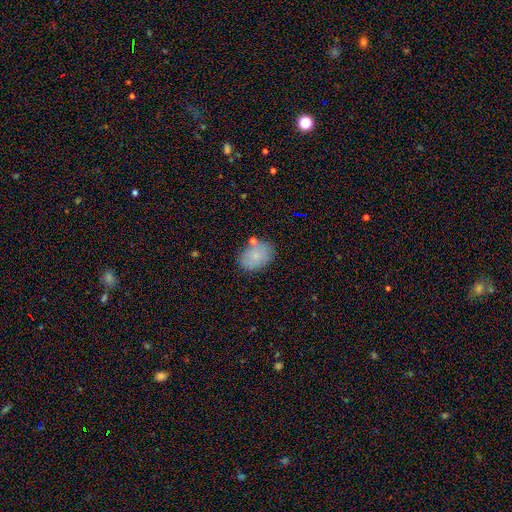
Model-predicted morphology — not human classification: Smooth or featured? Predicted: smooth (p=0.78). How rounded? Predicted: in between (p=0.79). Merging? Predicted: none (p=0.75).